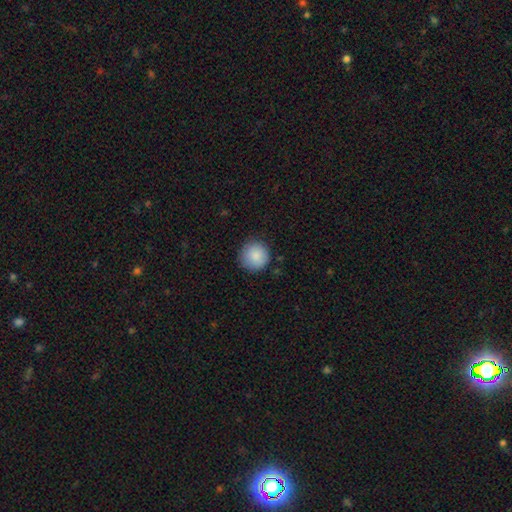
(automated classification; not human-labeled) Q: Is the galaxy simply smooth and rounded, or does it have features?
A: smooth — 88%.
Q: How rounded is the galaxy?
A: round — 95%.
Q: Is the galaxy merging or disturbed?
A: none — 87%.